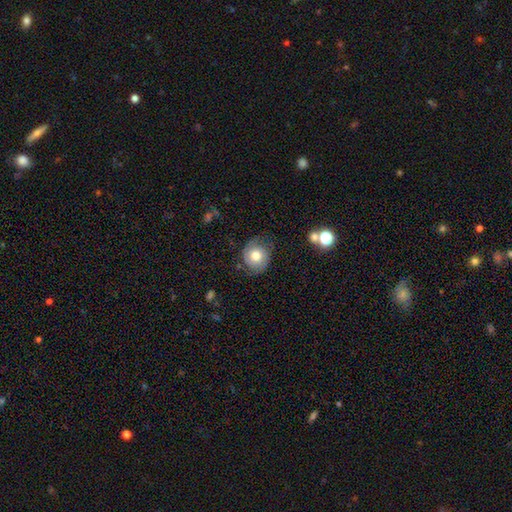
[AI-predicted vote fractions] Morphology: type=featured or disk (47%); merging=none (69%).